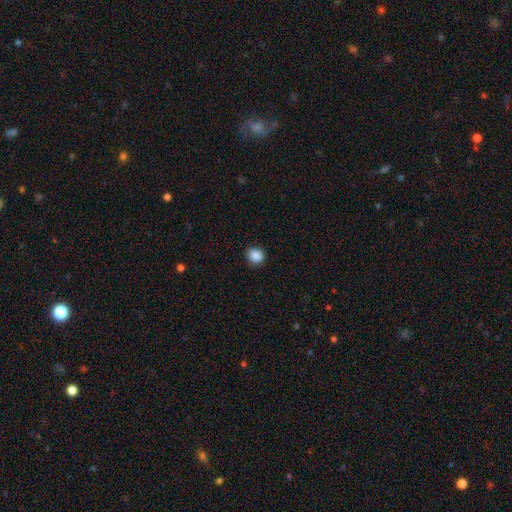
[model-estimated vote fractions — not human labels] Q: Smooth or featured?
A: smooth (88%); runner-up: star or artifact (9%)
Q: How rounded?
A: round (73%); runner-up: in between (26%)
Q: Merging?
A: none (87%); runner-up: minor disturbance (10%)